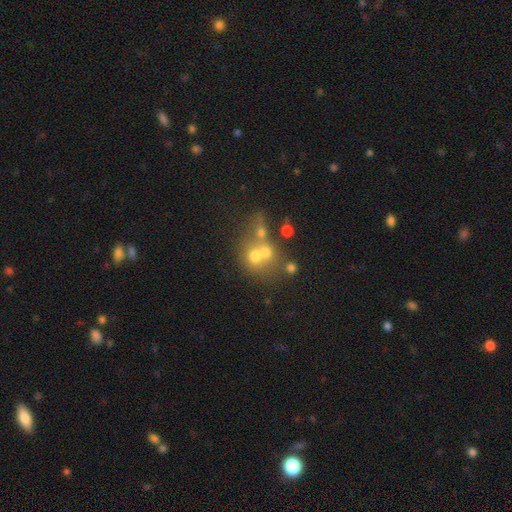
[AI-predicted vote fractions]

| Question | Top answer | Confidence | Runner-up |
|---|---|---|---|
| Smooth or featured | smooth | 56% | featured or disk (27%) |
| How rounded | round | 74% | in between (25%) |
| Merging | merger | 55% | none (32%) |